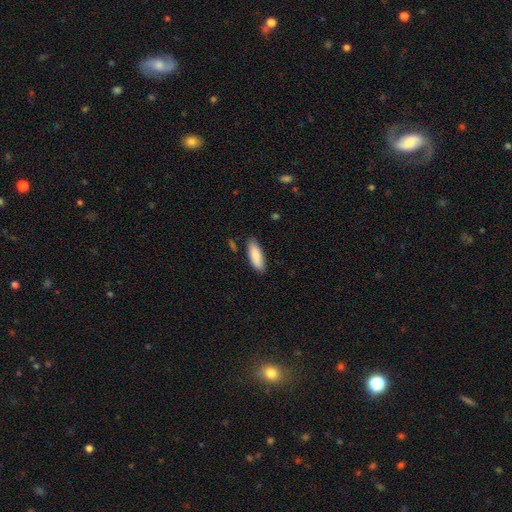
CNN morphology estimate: This appears to be a smooth galaxy with no disk features (87%) that is in between round and cigar-shaped (61%). Merging: none (84%).